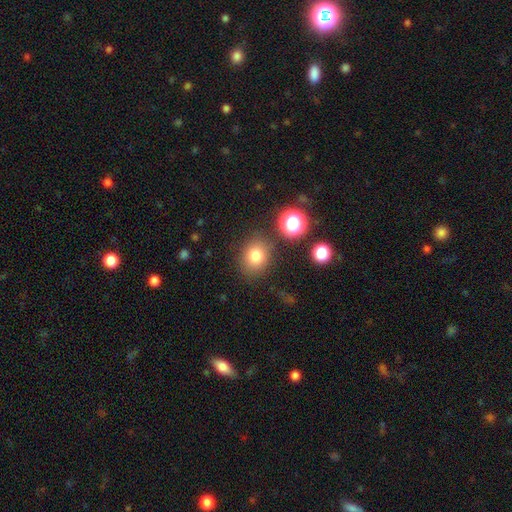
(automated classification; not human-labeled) Smooth or featured?
  - smooth: 79% *
  - star or artifact: 13%
  - featured or disk: 8%
How rounded?
  - round: 63% *
  - in between: 36%
  - cigar-shaped: 1%
Merging?
  - none: 81% *
  - minor disturbance: 11%
  - merger: 4%
  - major disturbance: 4%